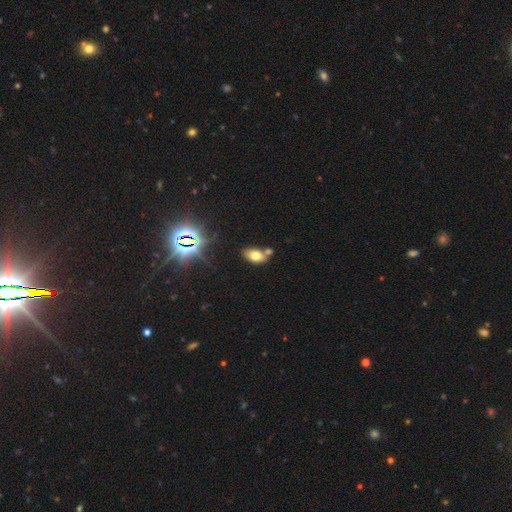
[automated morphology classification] This appears to be a smooth galaxy with no disk features (71%) that is in between round and cigar-shaped (89%). Merging: none (56%).